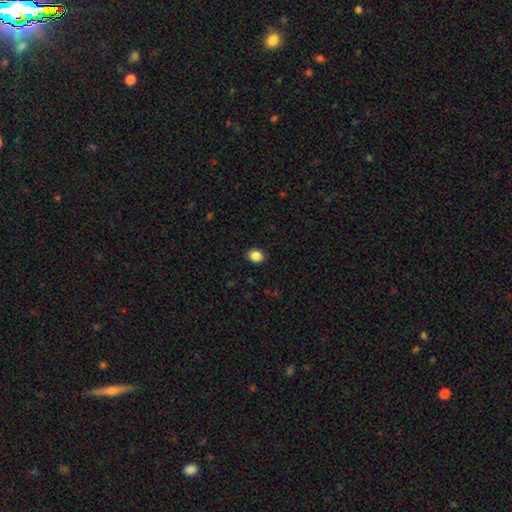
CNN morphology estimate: type=smooth (87%); roundness=in between (51%); merging=none (90%).